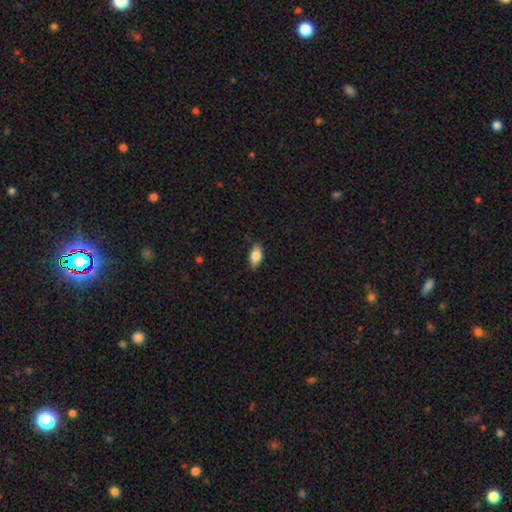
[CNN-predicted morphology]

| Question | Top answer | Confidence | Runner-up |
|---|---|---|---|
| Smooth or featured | smooth | 79% | featured or disk (13%) |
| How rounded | in between | 89% | cigar-shaped (7%) |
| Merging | none | 82% | minor disturbance (14%) |